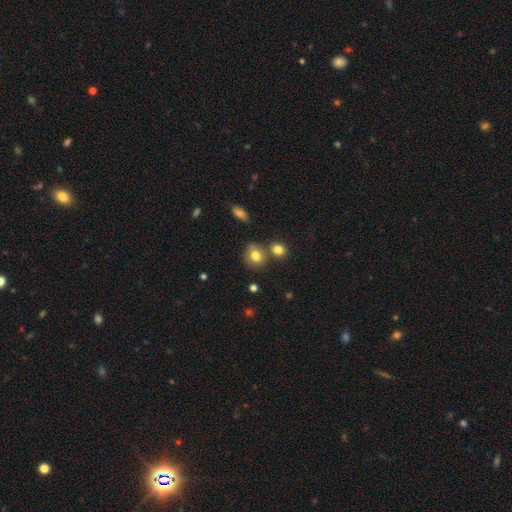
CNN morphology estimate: The model was most divided on "how rounded": round: 66%, in between: 33%, cigar-shaped: 1%. More confident: smooth or featured — smooth (79%); merging — none (64%).